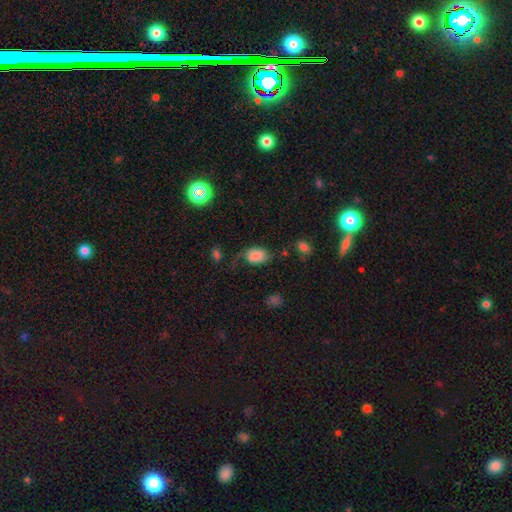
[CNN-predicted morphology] Smooth or featured? smooth (75%)
How rounded? in between (83%)
Merging? none (42%)